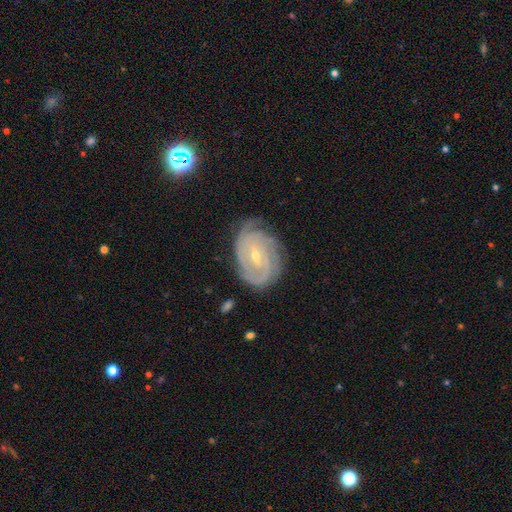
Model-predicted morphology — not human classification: Smooth or featured: featured or disk — 87% (smooth — 7%)
Edge-on disk: no — 97% (yes — 3%)
Bar: weak — 50% (no — 30%)
Spiral arms: yes — 97% (no — 3%)
Spiral winding: tight — 73% (medium — 22%)
Spiral arm count: 3 — 27% (can't tell — 25%)
Bulge size: small — 62% (moderate — 36%)
Merging: none — 71% (minor disturbance — 21%)